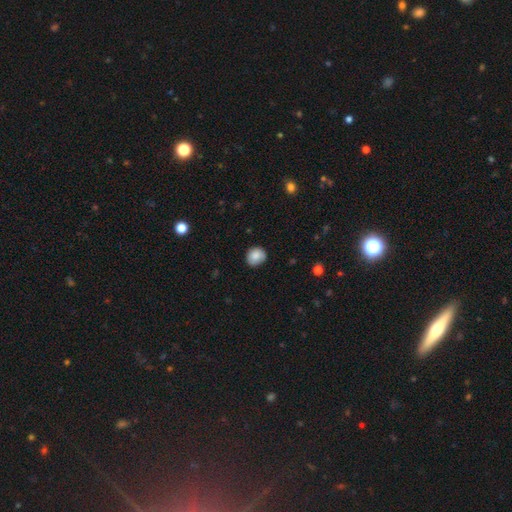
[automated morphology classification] smooth_or_featured: smooth (p=0.85) [alt: star or artifact p=0.08]
how_rounded: round (p=0.71) [alt: in between p=0.28]
merging: none (p=0.77) [alt: minor disturbance p=0.18]